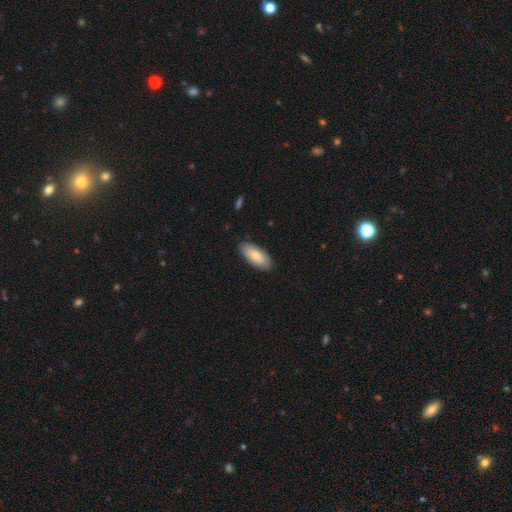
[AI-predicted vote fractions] Smooth or featured? smooth (79%)
How rounded? in between (88%)
Merging? none (85%)